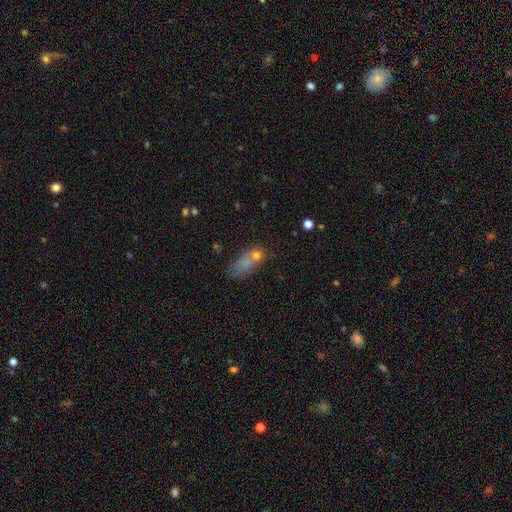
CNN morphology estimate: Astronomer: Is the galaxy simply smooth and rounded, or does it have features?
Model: smooth — 68%.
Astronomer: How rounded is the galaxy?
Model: in between — 73%.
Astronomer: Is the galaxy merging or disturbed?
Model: none — 36% (runner-up: merger, 28%).